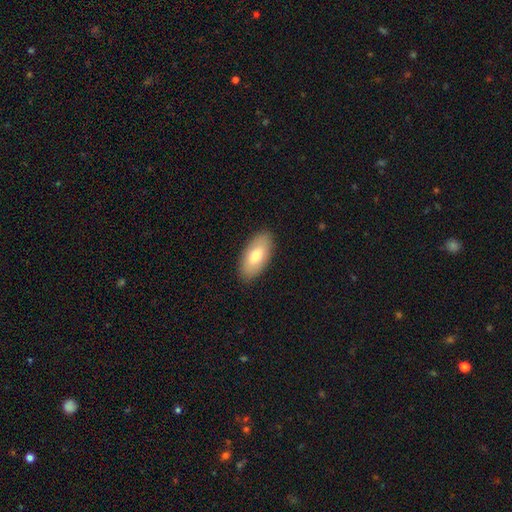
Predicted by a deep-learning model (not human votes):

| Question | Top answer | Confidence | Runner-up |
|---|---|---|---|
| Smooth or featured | smooth | 74% | featured or disk (20%) |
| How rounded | in between | 92% | cigar-shaped (5%) |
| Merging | none | 88% | minor disturbance (9%) |